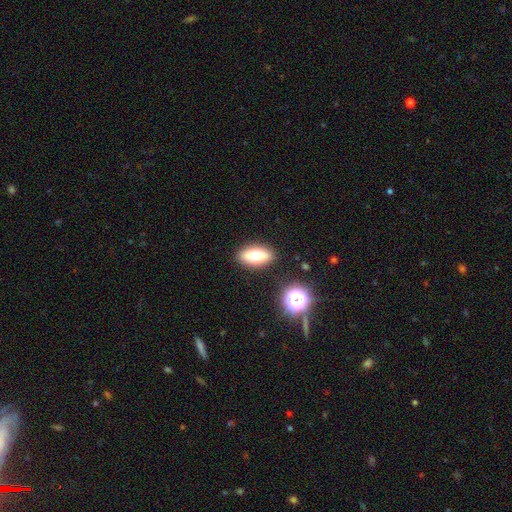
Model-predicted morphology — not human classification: Smooth or featured? smooth (68%)
How rounded? in between (80%)
Merging? none (87%)